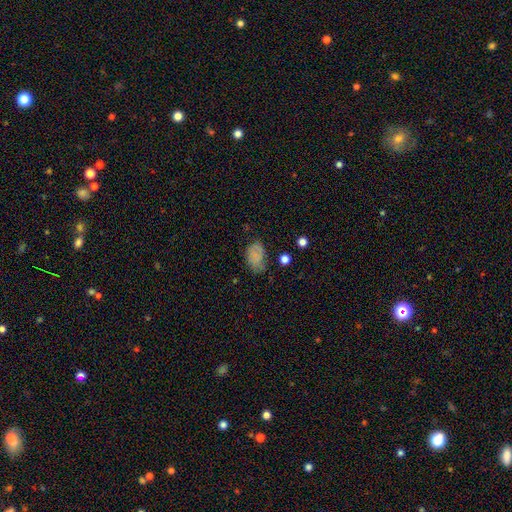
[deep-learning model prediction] Smooth or featured: smooth — 74% (featured or disk — 13%)
How rounded: in between — 87% (round — 11%)
Merging: none — 58% (minor disturbance — 29%)